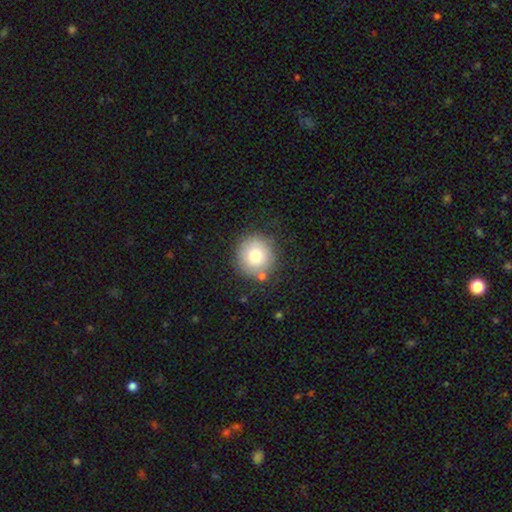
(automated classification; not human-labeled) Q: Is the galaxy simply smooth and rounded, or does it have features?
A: smooth — 77%.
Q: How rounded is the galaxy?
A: round — 91%.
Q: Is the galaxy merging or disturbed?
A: none — 80%.